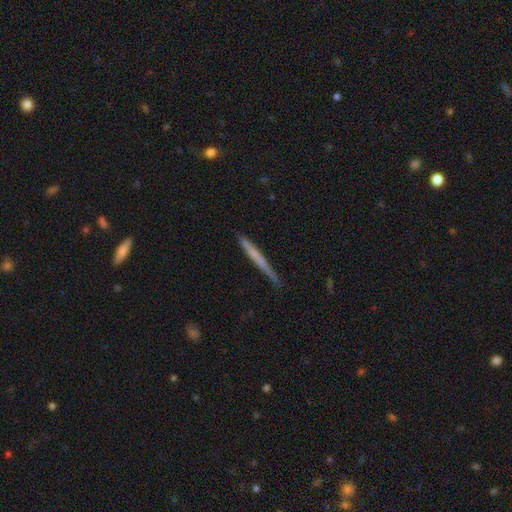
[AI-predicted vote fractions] featured or disk 47%, smooth 46%, star or artifact 6%. Down the decision tree: merging — none (79%).